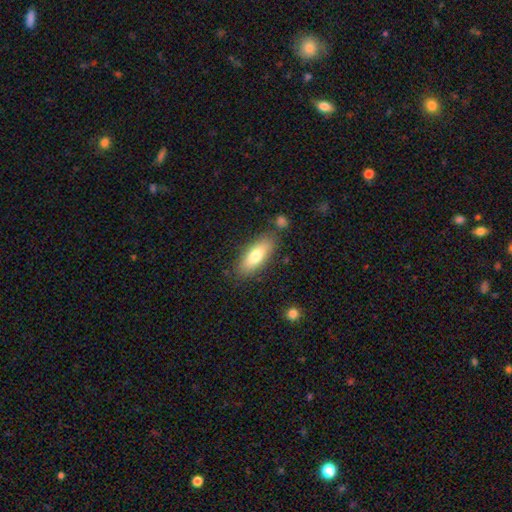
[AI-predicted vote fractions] smooth-or-featured: smooth: 74% | featured or disk: 20% | star or artifact: 6%
  how-rounded: in between: 71% | cigar-shaped: 27% | round: 2%
  merging: none: 79% | minor disturbance: 13% | merger: 5% | major disturbance: 3%